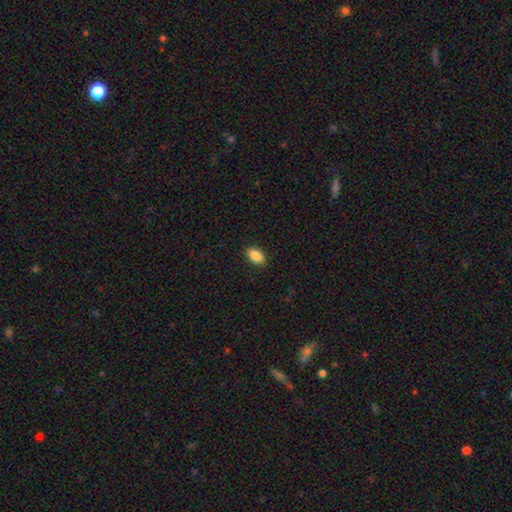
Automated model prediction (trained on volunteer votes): This is clearly a smooth galaxy (89%). How rounded: clearly in between (92%). Merging: clearly none (88%).